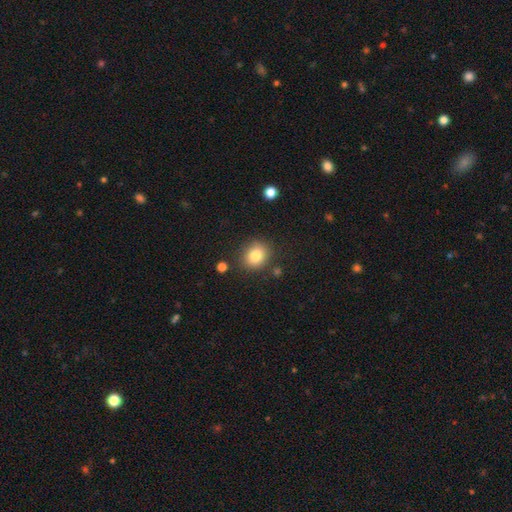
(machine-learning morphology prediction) The model was most divided on "how rounded": round: 72%, in between: 28%, cigar-shaped: 1%. More confident: merging — none (83%); smooth or featured — smooth (82%).